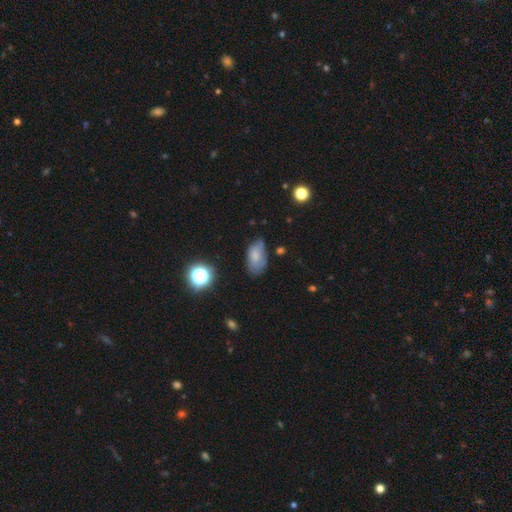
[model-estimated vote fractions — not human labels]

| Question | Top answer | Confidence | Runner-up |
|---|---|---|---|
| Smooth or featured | smooth | 64% | featured or disk (25%) |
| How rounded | in between | 91% | round (6%) |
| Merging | none | 55% | minor disturbance (33%) |